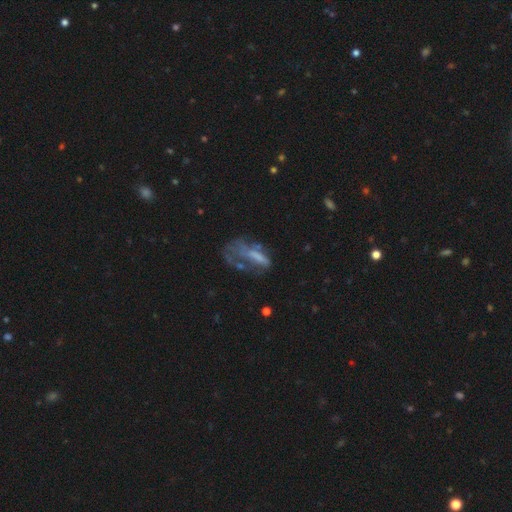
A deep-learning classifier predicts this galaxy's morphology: Smooth or featured?
  - featured or disk: 47% *
  - smooth: 39%
  - star or artifact: 14%
Merging?
  - major disturbance: 51% *
  - none: 23%
  - minor disturbance: 17%
  - merger: 9%